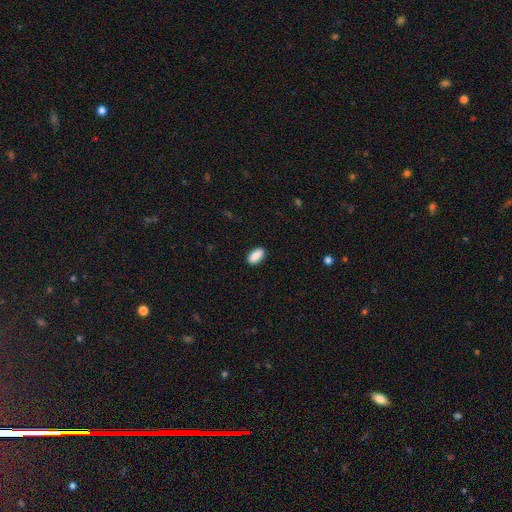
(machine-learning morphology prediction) This appears to be a smooth galaxy with no disk features (90%) that is in between round and cigar-shaped (91%). Merging: none (89%).